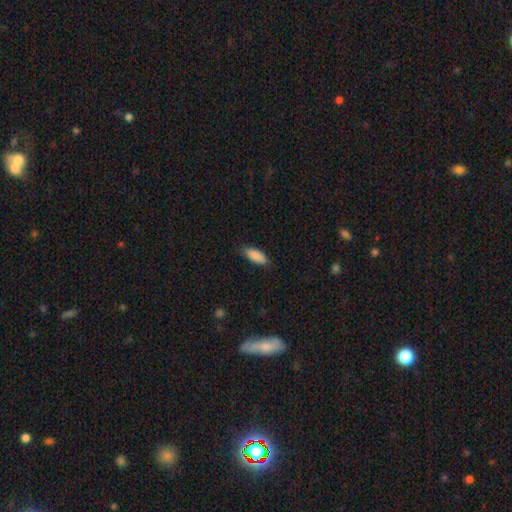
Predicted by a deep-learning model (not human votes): Smooth or featured?
  - smooth: 89% *
  - star or artifact: 6%
  - featured or disk: 5%
How rounded?
  - in between: 81% *
  - cigar-shaped: 17%
  - round: 2%
Merging?
  - none: 83% *
  - minor disturbance: 14%
  - major disturbance: 2%
  - merger: 1%